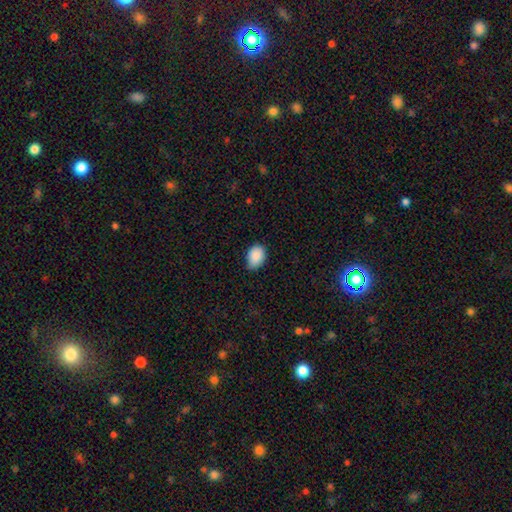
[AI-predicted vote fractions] A smooth galaxy with no disk features (89%) that is in between round and cigar-shaped (77%).

Vote fractions:
- Smooth or featured? smooth: 89% / star or artifact: 7% / featured or disk: 4%
- How rounded? in between: 77% / round: 22% / cigar-shaped: 1%
- Merging? none: 67% / minor disturbance: 28% / major disturbance: 4% / merger: 1%